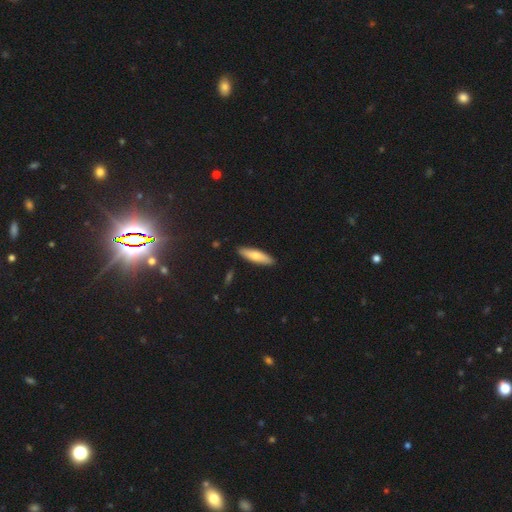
A smooth galaxy with no disk features (67%) that is cigar-shaped (75%).

Vote fractions:
- Smooth or featured? smooth: 67% / featured or disk: 31% / star or artifact: 3%
- How rounded? cigar-shaped: 75% / in between: 25% / round: 0%
- Merging? none: 91% / minor disturbance: 9% / major disturbance: 0% / merger: 0%